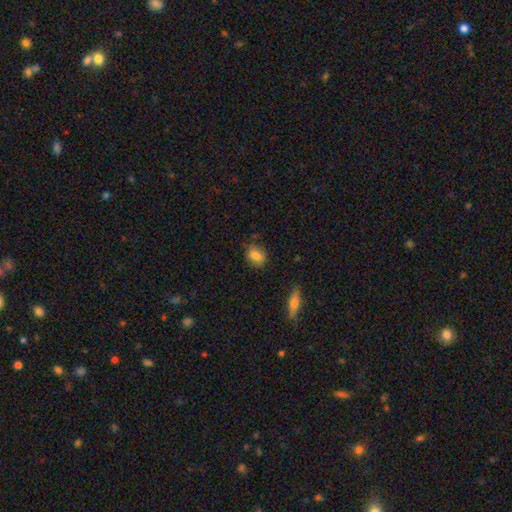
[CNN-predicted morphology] type=smooth (81%); roundness=in between (57%); merging=none (78%).